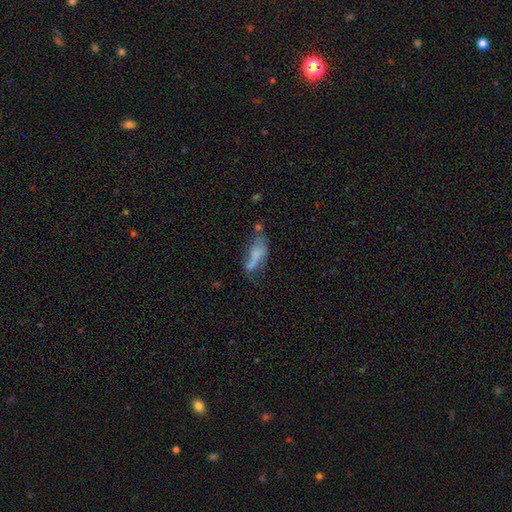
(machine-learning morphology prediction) A smooth galaxy with no disk features (58%) that is in between round and cigar-shaped (63%). Merging: none (32%).